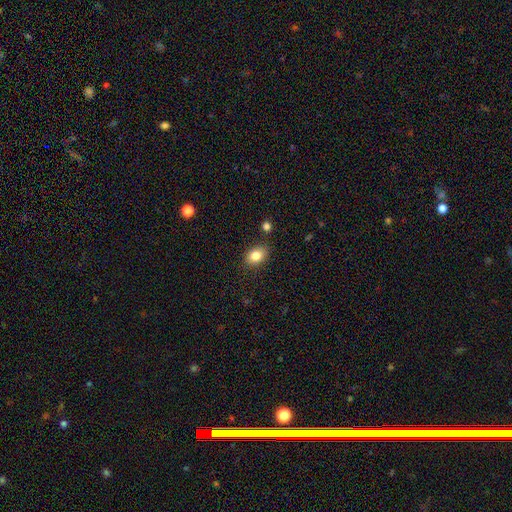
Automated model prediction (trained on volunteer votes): This appears to be a smooth galaxy with no disk features (83%) that is in between round and cigar-shaped (72%). Merging: none (84%).